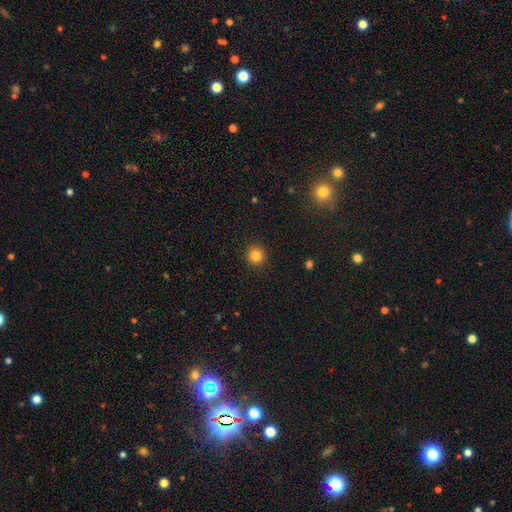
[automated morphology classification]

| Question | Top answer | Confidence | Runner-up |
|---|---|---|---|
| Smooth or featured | smooth | 83% | star or artifact (12%) |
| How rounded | round | 93% | in between (6%) |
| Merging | none | 92% | minor disturbance (5%) |